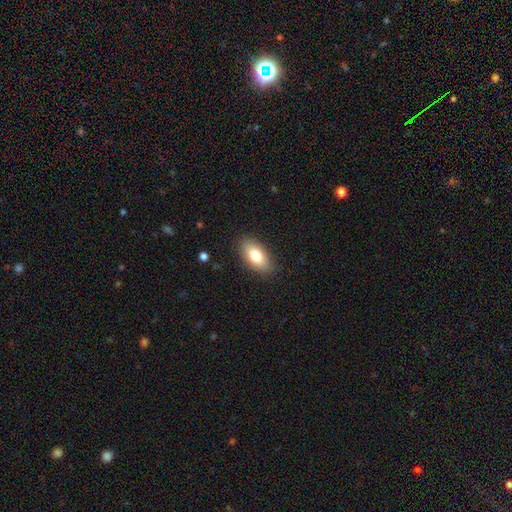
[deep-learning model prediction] Smooth or featured? smooth (79%)
How rounded? in between (90%)
Merging? none (86%)